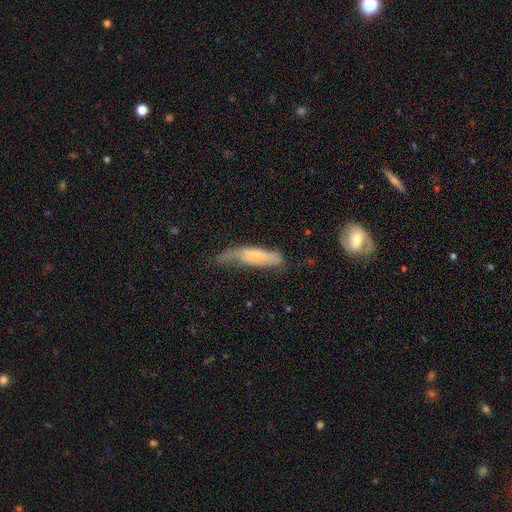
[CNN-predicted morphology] Smooth or featured? Predicted: smooth (p=0.51). How rounded? Predicted: cigar-shaped (p=0.63). Merging? Predicted: minor disturbance (p=0.36).